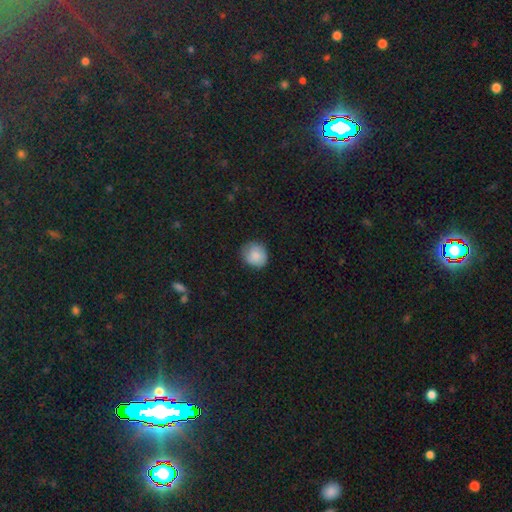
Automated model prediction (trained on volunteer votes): A smooth galaxy with no disk features (85%) that is round (84%).

Vote fractions:
- Smooth or featured? smooth: 85% / star or artifact: 8% / featured or disk: 7%
- How rounded? round: 84% / in between: 15% / cigar-shaped: 1%
- Merging? none: 79% / minor disturbance: 17% / major disturbance: 3% / merger: 1%